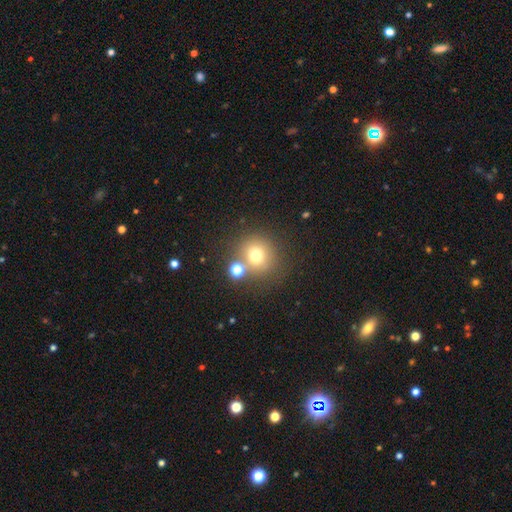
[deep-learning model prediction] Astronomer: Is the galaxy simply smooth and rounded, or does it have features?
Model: smooth — 70%.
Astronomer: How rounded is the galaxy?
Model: round — 91%.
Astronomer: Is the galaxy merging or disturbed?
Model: none — 70%.